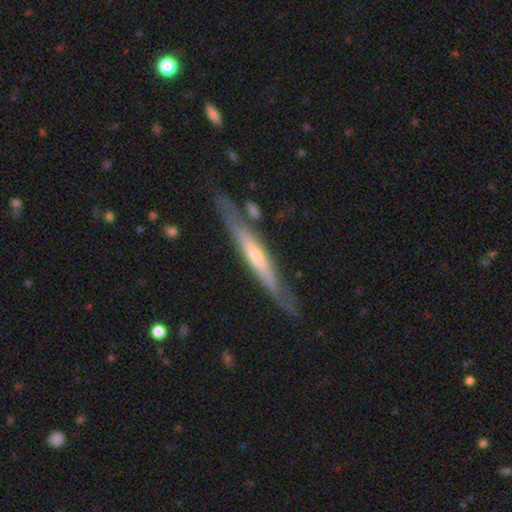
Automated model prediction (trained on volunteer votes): featured or disk 66%, smooth 29%, star or artifact 5%. Down the decision tree: edge-on disk — yes (87%); edge-on bulge — rounded (49%); merging — none (76%).